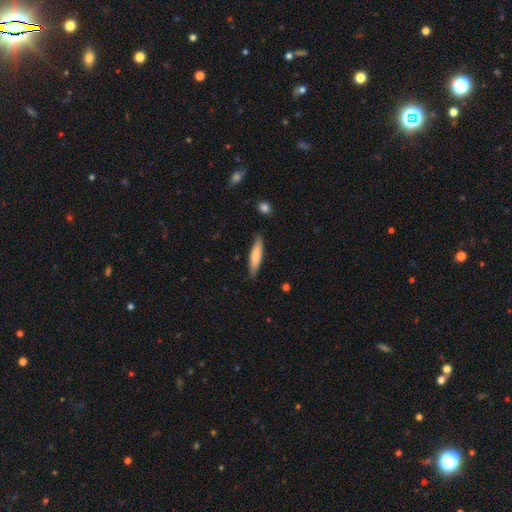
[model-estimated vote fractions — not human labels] A smooth galaxy with no disk features (75%) that is cigar-shaped (83%).

Vote fractions:
- Smooth or featured? smooth: 75% / featured or disk: 20% / star or artifact: 5%
- How rounded? cigar-shaped: 83% / in between: 16% / round: 1%
- Merging? none: 84% / minor disturbance: 13% / major disturbance: 2% / merger: 1%